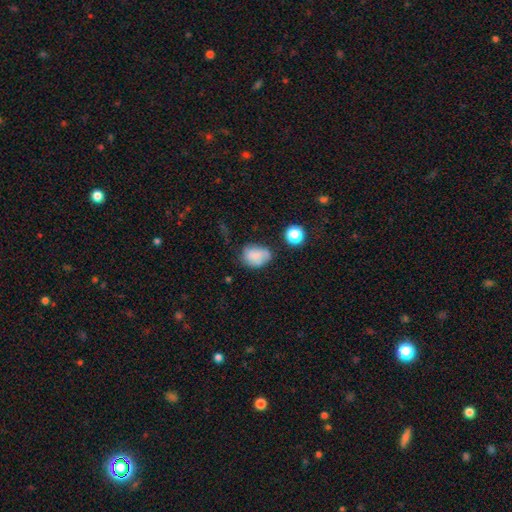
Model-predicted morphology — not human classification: Overall: smooth (73%). How rounded: in between (61%; round 37%). Merging: none (52%; minor disturbance 30%).